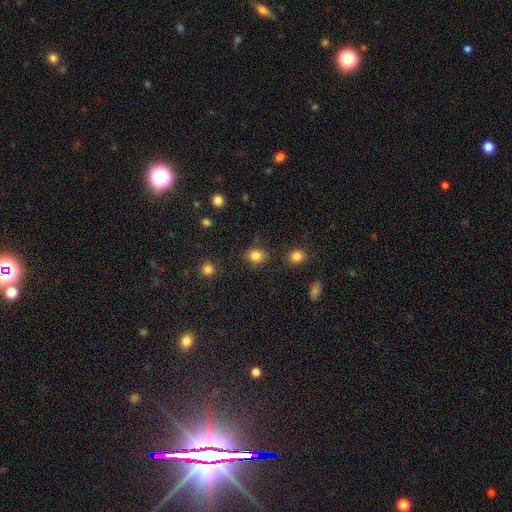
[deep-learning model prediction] Smooth or featured? Predicted: smooth (p=0.84). How rounded? Predicted: round (p=0.65). Merging? Predicted: none (p=0.81).